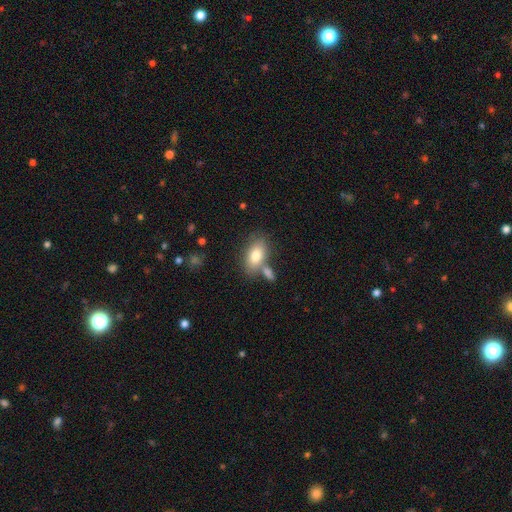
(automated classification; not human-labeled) This appears to be a smooth galaxy with no disk features (79%) that is in between round and cigar-shaped (90%). Merging: none (59%).